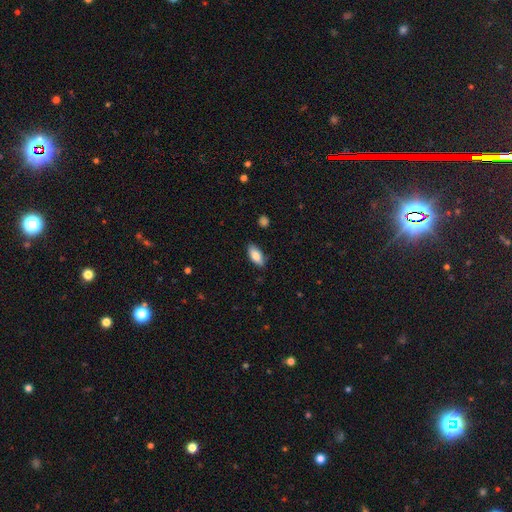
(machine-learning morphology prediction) Q: Smooth or featured?
A: smooth (80%); runner-up: featured or disk (14%)
Q: How rounded?
A: in between (87%); runner-up: cigar-shaped (11%)
Q: Merging?
A: none (83%); runner-up: minor disturbance (13%)